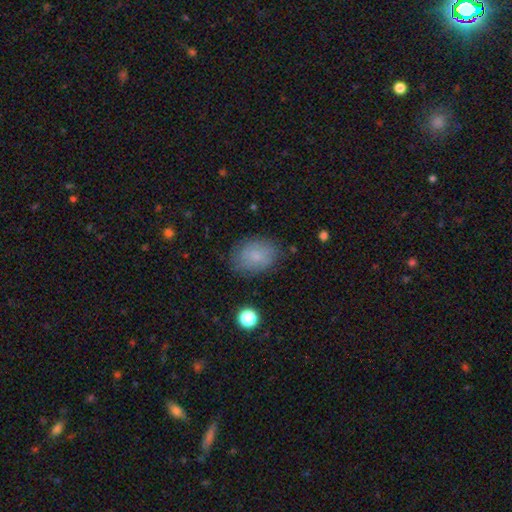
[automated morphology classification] Smooth or featured? Predicted: smooth (p=0.78). How rounded? Predicted: in between (p=0.74). Merging? Predicted: none (p=0.78).